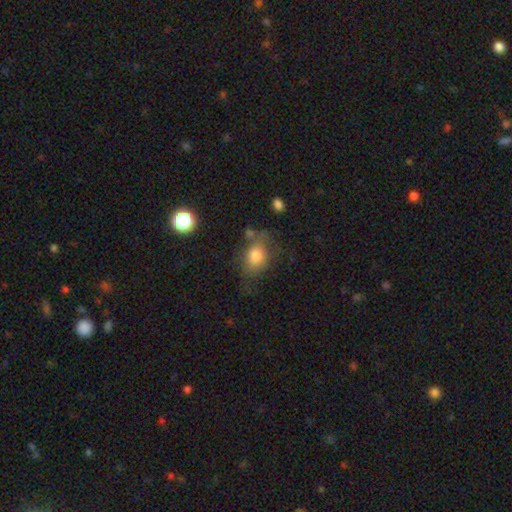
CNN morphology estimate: type=smooth (77%); roundness=in between (65%); merging=none (53%).